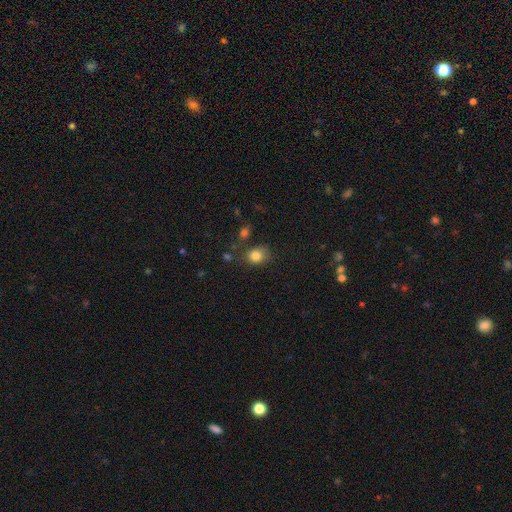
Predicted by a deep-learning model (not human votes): A smooth galaxy with no disk features (83%) that is round (50%).

Vote fractions:
- Smooth or featured? smooth: 83% / star or artifact: 11% / featured or disk: 7%
- How rounded? round: 50% / in between: 49% / cigar-shaped: 1%
- Merging? none: 68% / minor disturbance: 19% / merger: 6% / major disturbance: 6%